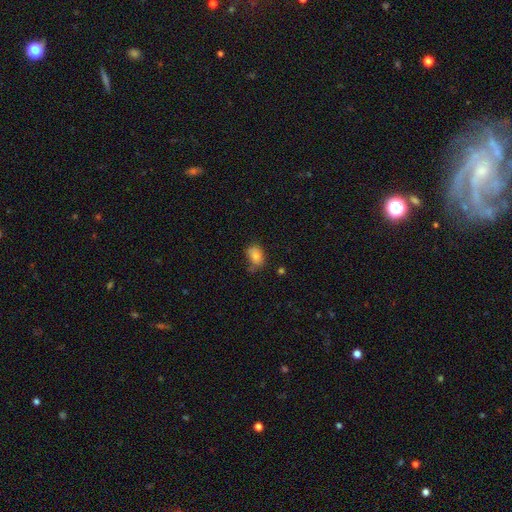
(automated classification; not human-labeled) Overall: smooth (80%). How rounded: in between (77%). Merging: none (61%; minor disturbance 27%).